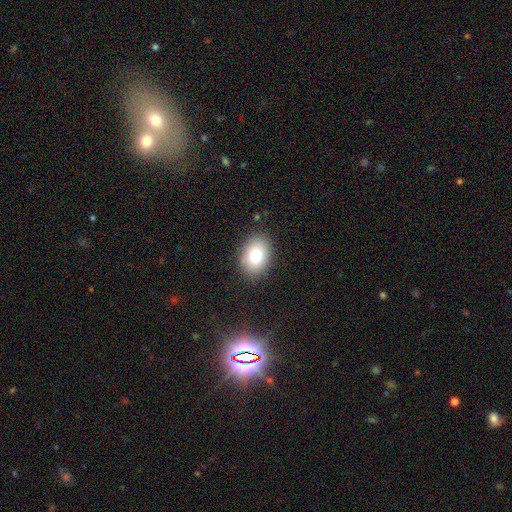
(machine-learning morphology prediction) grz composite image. It shows a smooth galaxy with no disk features (78%) that is in between round and cigar-shaped (69%). Merging: none (86%).